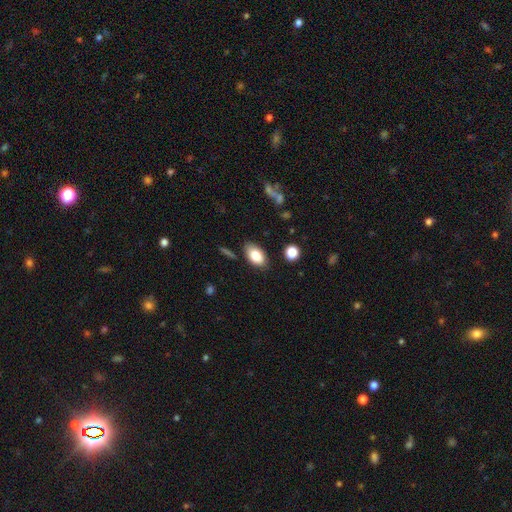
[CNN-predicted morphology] Smooth or featured: smooth — 84% (featured or disk — 9%)
How rounded: in between — 92% (round — 6%)
Merging: none — 82% (minor disturbance — 13%)